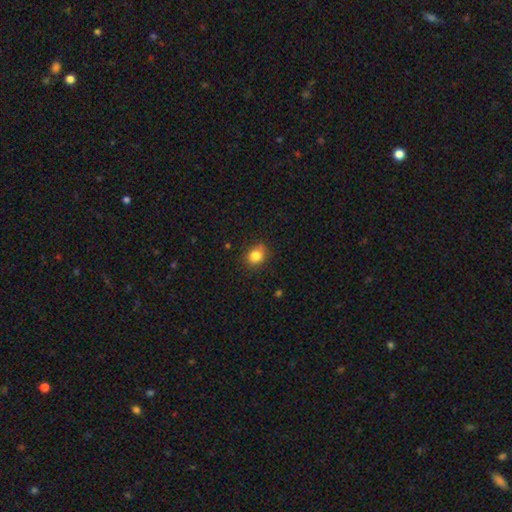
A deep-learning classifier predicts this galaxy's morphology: Q: Smooth or featured?
A: smooth (83%); runner-up: star or artifact (11%)
Q: How rounded?
A: round (72%); runner-up: in between (27%)
Q: Merging?
A: none (78%); runner-up: minor disturbance (17%)